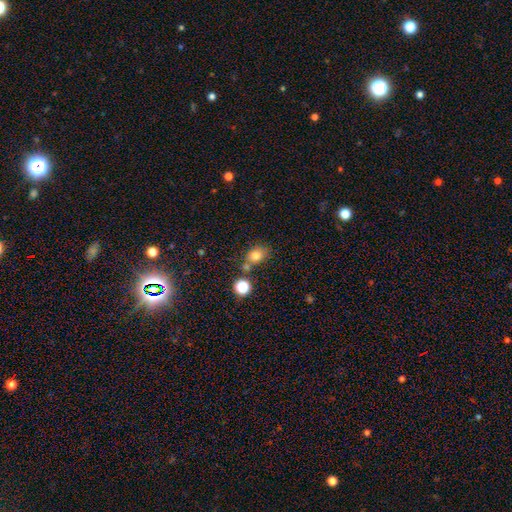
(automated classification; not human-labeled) smooth-or-featured: smooth: 79% | star or artifact: 13% | featured or disk: 8%
  how-rounded: in between: 59% | round: 40% | cigar-shaped: 1%
  merging: none: 61% | merger: 19% | minor disturbance: 16% | major disturbance: 5%